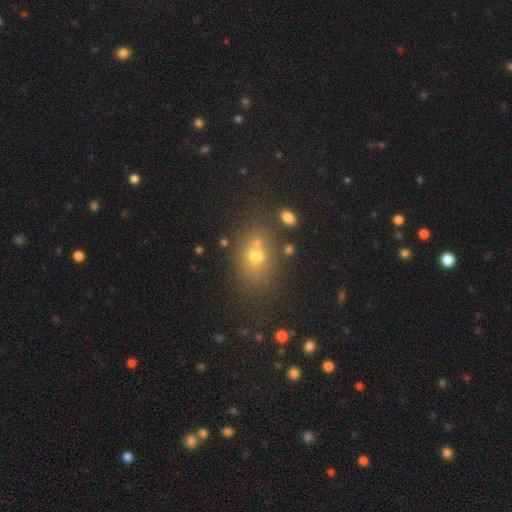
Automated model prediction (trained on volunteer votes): smooth-or-featured: smooth: 57% | star or artifact: 27% | featured or disk: 16%
  how-rounded: in between: 54% | round: 44% | cigar-shaped: 2%
  merging: none: 59% | merger: 24% | minor disturbance: 12% | major disturbance: 5%